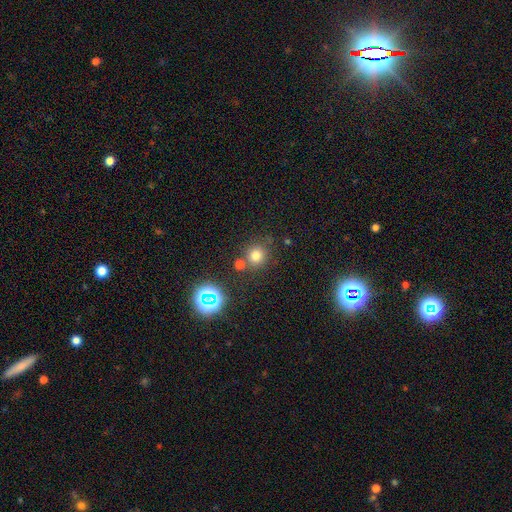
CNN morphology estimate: This appears to be a smooth galaxy with no disk features (72%) that is round (90%). Merging: none (73%).